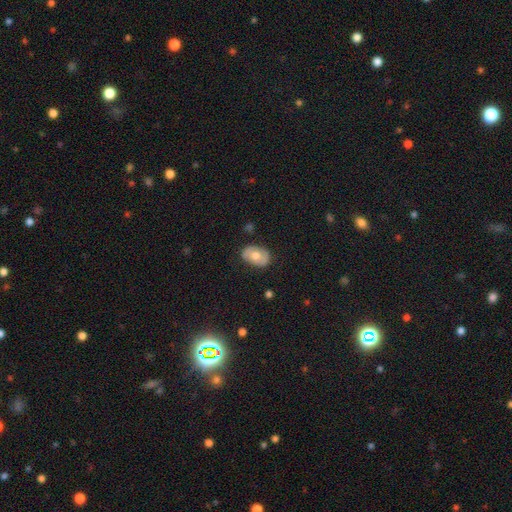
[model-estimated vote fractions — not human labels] Smooth or featured: smooth — 55% (featured or disk — 38%)
How rounded: in between — 79% (round — 20%)
Merging: none — 80% (minor disturbance — 16%)